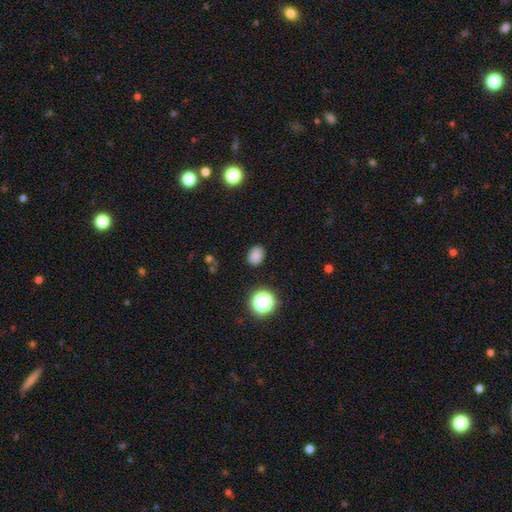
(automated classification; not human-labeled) A smooth galaxy with no disk features (80%) that is in between round and cigar-shaped (58%).

Vote fractions:
- Smooth or featured? smooth: 80% / star or artifact: 15% / featured or disk: 5%
- How rounded? in between: 58% / round: 41% / cigar-shaped: 1%
- Merging? none: 84% / minor disturbance: 11% / major disturbance: 3% / merger: 2%